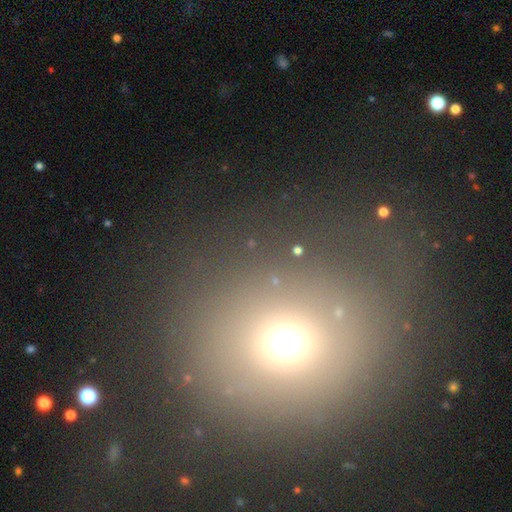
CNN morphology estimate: The model was most divided on "smooth or featured": smooth: 62%, star or artifact: 24%, featured or disk: 13%. More confident: how rounded — round (78%); merging — none (71%).